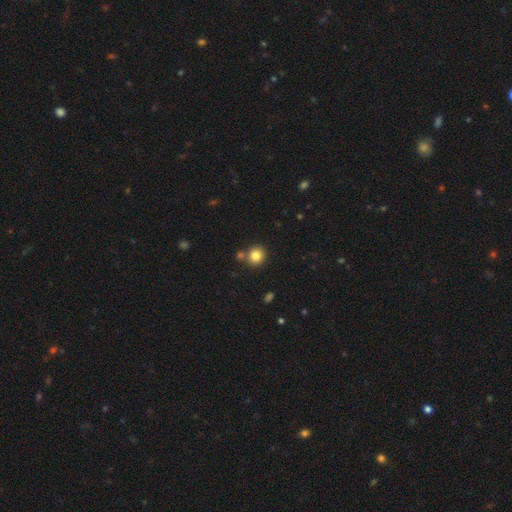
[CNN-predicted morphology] smooth 82%, star or artifact 12%, featured or disk 7%. Down the decision tree: how rounded — round (90%); merging — none (76%).